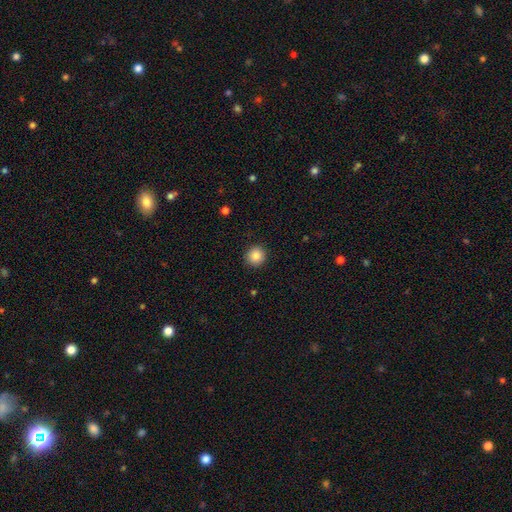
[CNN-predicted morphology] type=smooth (86%); roundness=round (93%); merging=none (92%).